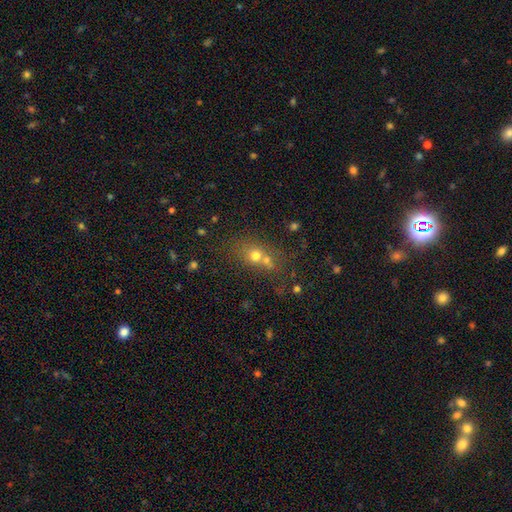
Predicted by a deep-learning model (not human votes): Smooth or featured?
  - smooth: 65% *
  - star or artifact: 19%
  - featured or disk: 17%
How rounded?
  - round: 67% *
  - in between: 31%
  - cigar-shaped: 2%
Merging?
  - none: 42% * (tied)
  - merger: 42% * (tied)
  - minor disturbance: 10%
  - major disturbance: 6%